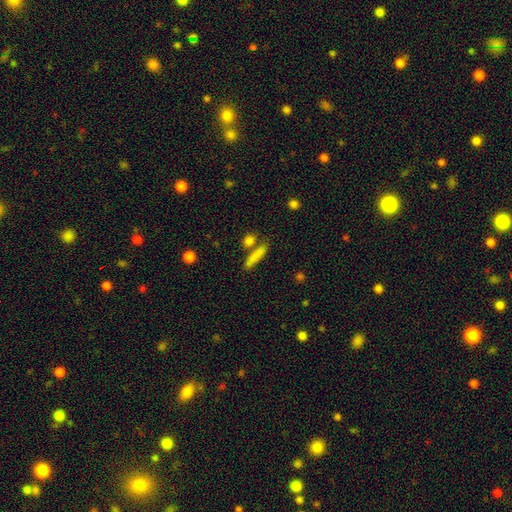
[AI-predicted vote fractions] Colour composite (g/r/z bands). It shows a smooth galaxy with no disk features (81%) that is cigar-shaped (80%). Merging: none (72%).